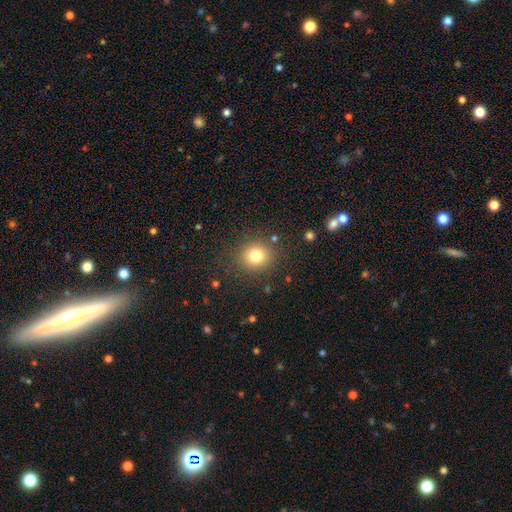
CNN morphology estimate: Q: Smooth or featured?
A: smooth (78%); runner-up: star or artifact (13%)
Q: How rounded?
A: round (84%); runner-up: in between (15%)
Q: Merging?
A: none (85%); runner-up: minor disturbance (9%)